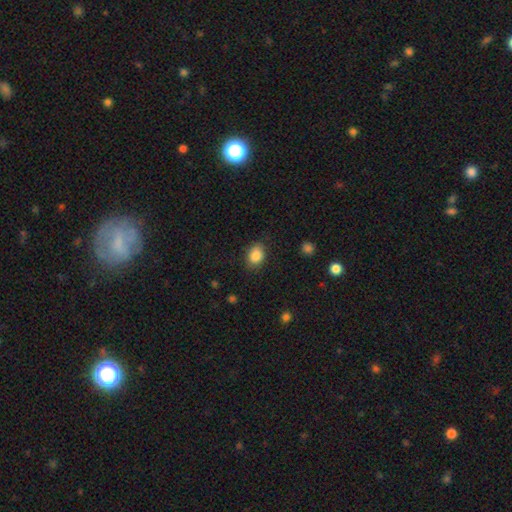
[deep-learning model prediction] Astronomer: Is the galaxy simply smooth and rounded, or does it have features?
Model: smooth — 86%.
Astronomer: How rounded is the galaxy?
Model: in between — 70%.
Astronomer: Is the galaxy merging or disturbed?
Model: none — 83%.